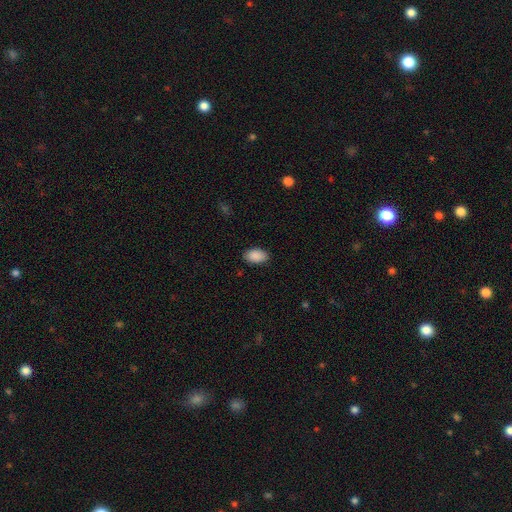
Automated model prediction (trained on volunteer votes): The model was most divided on "merging": none: 86%, minor disturbance: 11%, major disturbance: 2%, merger: 1%. More confident: how rounded — in between (92%); smooth or featured — smooth (90%).